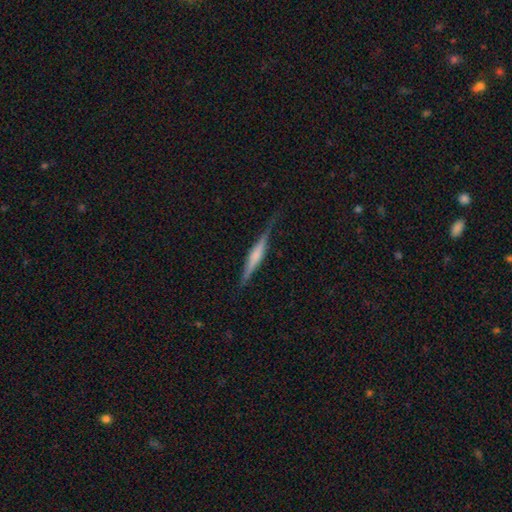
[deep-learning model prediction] Smooth or featured? Predicted: featured or disk (p=0.68). Edge-on disk? Predicted: yes (p=0.98). Edge-on bulge? Predicted: rounded (p=0.50). Merging? Predicted: none (p=0.83).